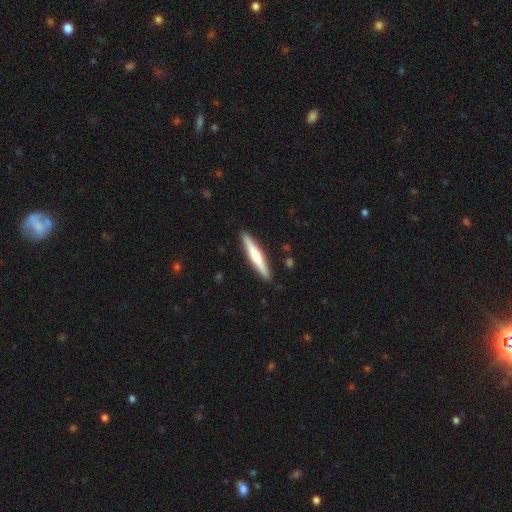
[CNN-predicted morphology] Smooth or featured?
  - smooth: 48% *
  - featured or disk: 47%
  - star or artifact: 5%
Merging?
  - none: 91% *
  - minor disturbance: 6%
  - major disturbance: 1%
  - merger: 1%